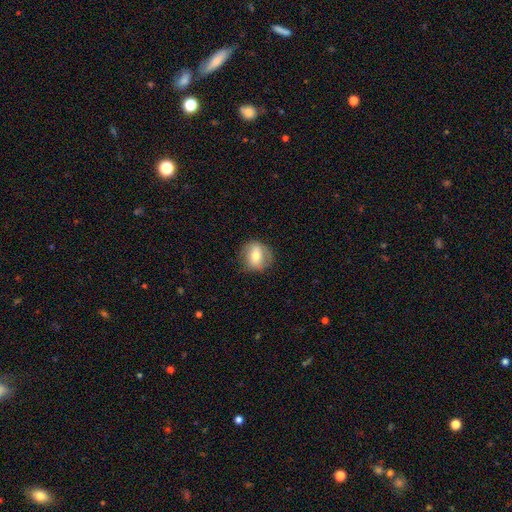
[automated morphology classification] Smooth or featured?
  - smooth: 58% *
  - featured or disk: 33%
  - star or artifact: 8%
How rounded?
  - round: 75% *
  - in between: 24%
  - cigar-shaped: 1%
Merging?
  - none: 79% *
  - minor disturbance: 15%
  - major disturbance: 5%
  - merger: 1%